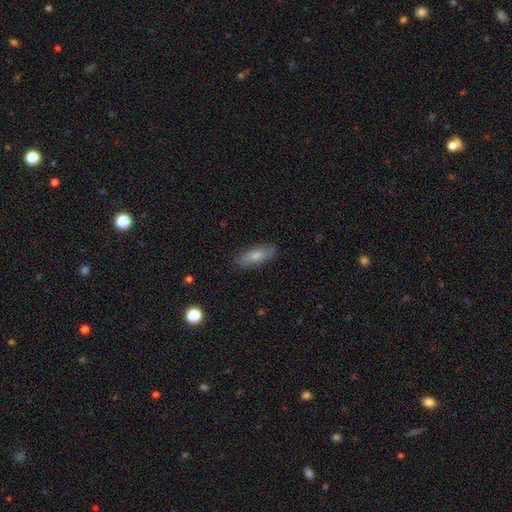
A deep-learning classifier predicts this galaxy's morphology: smooth-or-featured: smooth: 76% | featured or disk: 18% | star or artifact: 6%
  how-rounded: in between: 74% | cigar-shaped: 24% | round: 2%
  merging: none: 84% | minor disturbance: 12% | major disturbance: 2% | merger: 1%